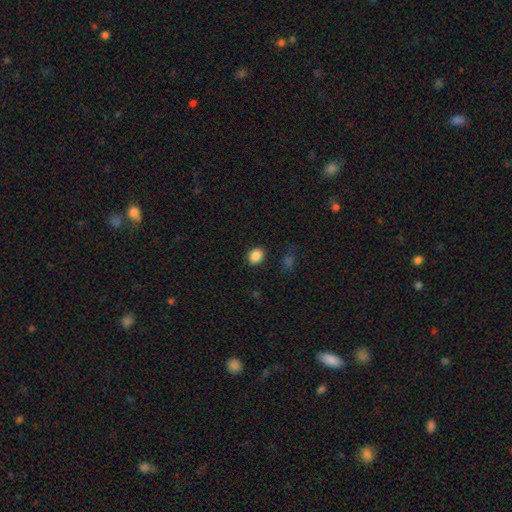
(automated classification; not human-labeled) Smooth or featured: smooth — 87% (star or artifact — 10%)
How rounded: round — 54% (in between — 46%)
Merging: none — 88% (minor disturbance — 8%)